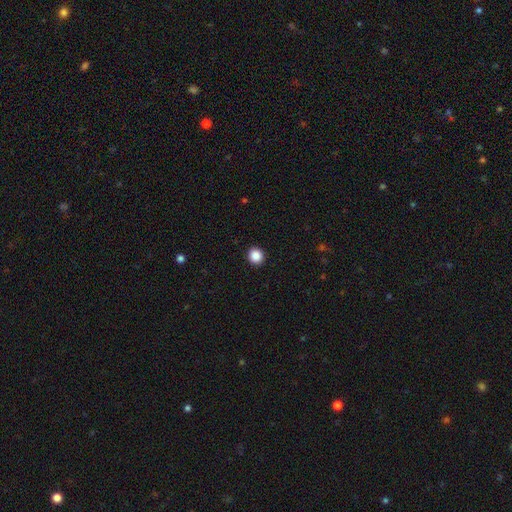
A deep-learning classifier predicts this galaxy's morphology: smooth 88%, star or artifact 10%, featured or disk 3%. Down the decision tree: how rounded — round (89%); merging — none (93%).